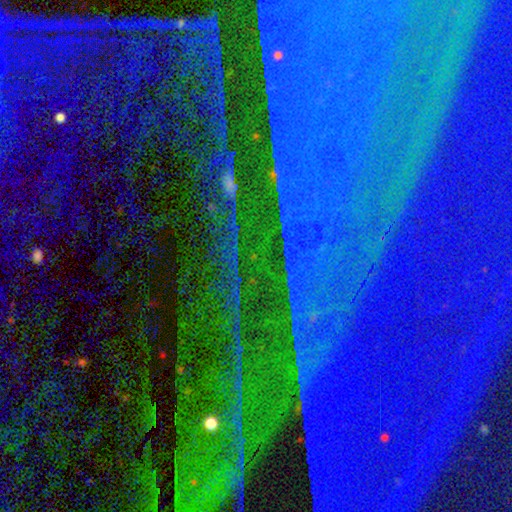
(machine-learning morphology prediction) Smooth or featured: star or artifact — 88% (featured or disk — 7%)